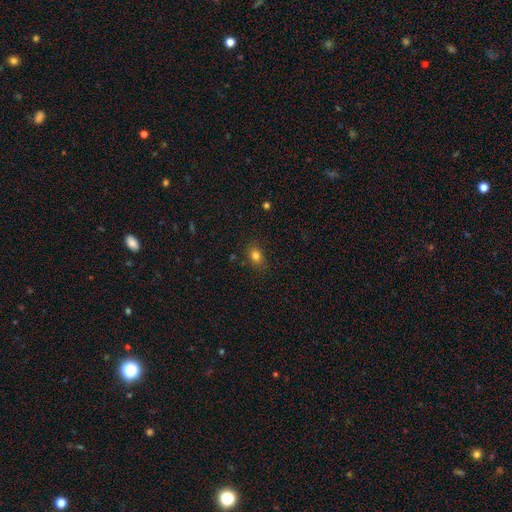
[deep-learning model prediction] This is clearly a smooth galaxy (80%). How rounded: likely in between (64%). Merging: clearly none (84%).